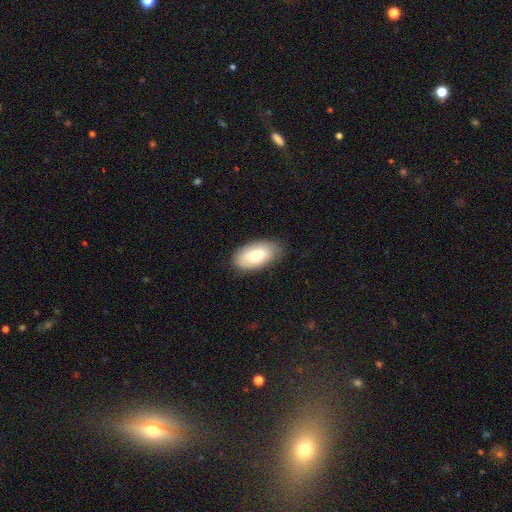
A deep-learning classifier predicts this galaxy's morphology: Q: Smooth or featured?
A: smooth (77%); runner-up: featured or disk (17%)
Q: How rounded?
A: in between (95%); runner-up: round (3%)
Q: Merging?
A: none (83%); runner-up: minor disturbance (13%)